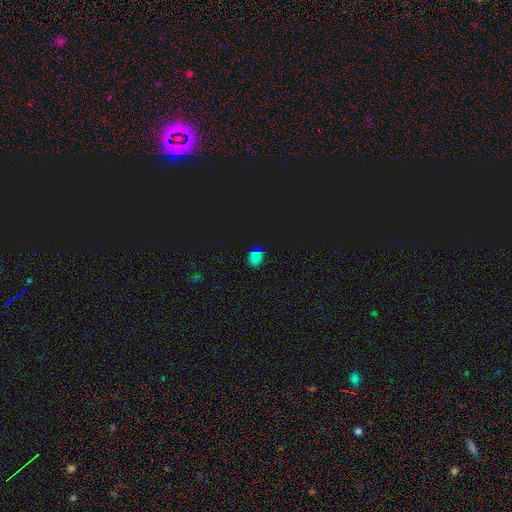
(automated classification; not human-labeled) smooth-or-featured: smooth: 63% | star or artifact: 33% | featured or disk: 4%
  how-rounded: round: 58% | in between: 41% | cigar-shaped: 2%
  merging: none: 80% | minor disturbance: 15% | major disturbance: 3% | merger: 2%